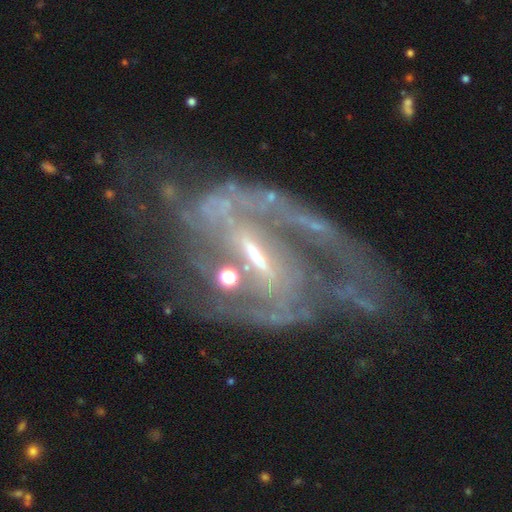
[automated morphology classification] This is clearly a featured or disk galaxy (86%). It is clearly not viewed edge-on (94%). Bar: possibly strong (49%). Spiral arm pattern: clearly yes (87%). Spiral arm count: possibly 2 (53%). Spiral winding: marginally medium (43%). Central bulge: marginally small (45%). Merging: marginally none (41%).